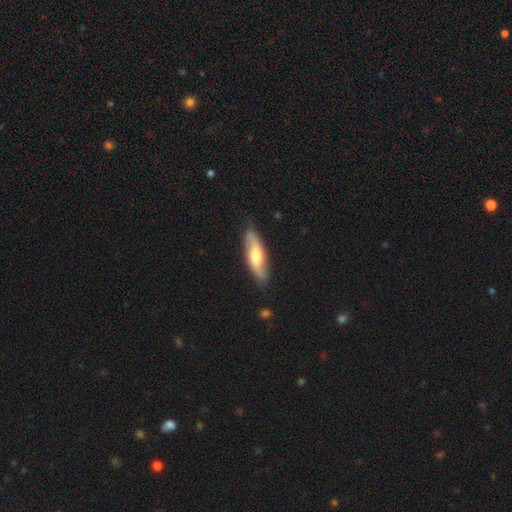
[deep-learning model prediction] featured or disk 50%, smooth 44%, star or artifact 6%. Down the decision tree: merging — none (82%).